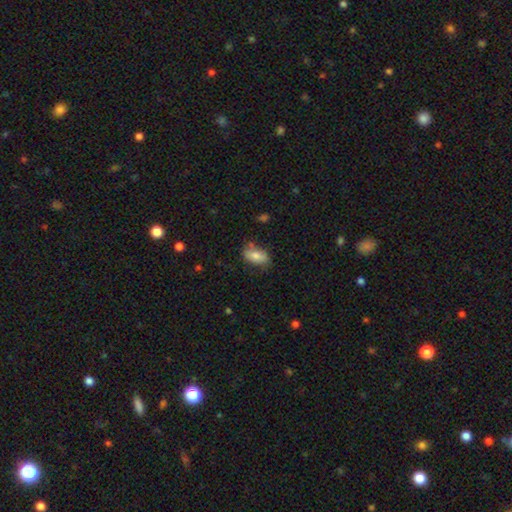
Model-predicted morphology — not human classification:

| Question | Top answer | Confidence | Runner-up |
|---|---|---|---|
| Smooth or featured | smooth | 76% | featured or disk (17%) |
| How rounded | in between | 90% | cigar-shaped (5%) |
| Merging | none | 70% | minor disturbance (21%) |